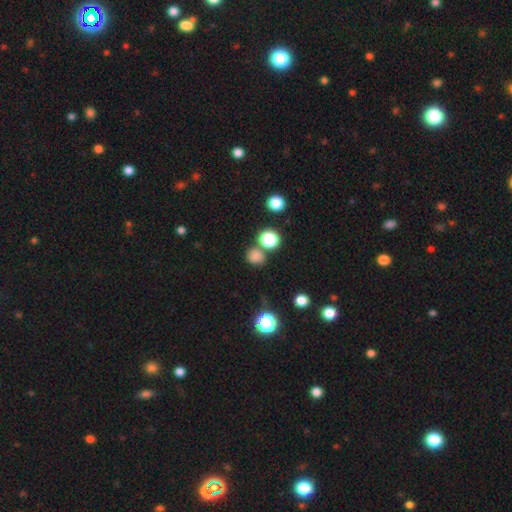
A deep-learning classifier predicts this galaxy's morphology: The model was most divided on "merging": none: 72%, merger: 15%, minor disturbance: 10%, major disturbance: 4%. More confident: how rounded — round (81%); smooth or featured — smooth (76%).